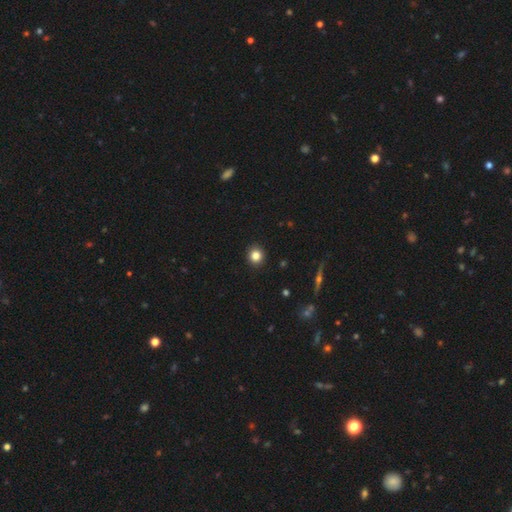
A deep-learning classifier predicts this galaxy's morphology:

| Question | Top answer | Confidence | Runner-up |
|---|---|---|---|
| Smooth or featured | smooth | 83% | star or artifact (11%) |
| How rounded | round | 91% | in between (8%) |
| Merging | none | 92% | minor disturbance (5%) |